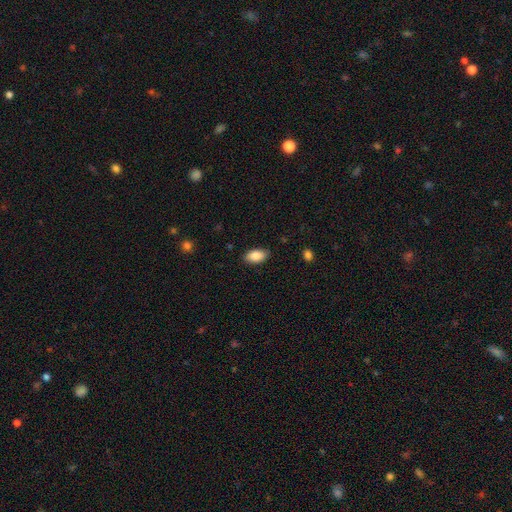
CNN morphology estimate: Smooth or featured? Predicted: smooth (p=0.87). How rounded? Predicted: in between (p=0.93). Merging? Predicted: none (p=0.86).